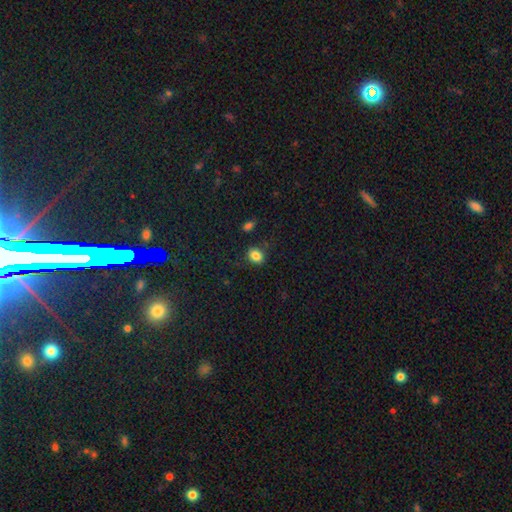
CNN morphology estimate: Smooth or featured? smooth (84%)
How rounded? in between (53%)
Merging? none (79%)